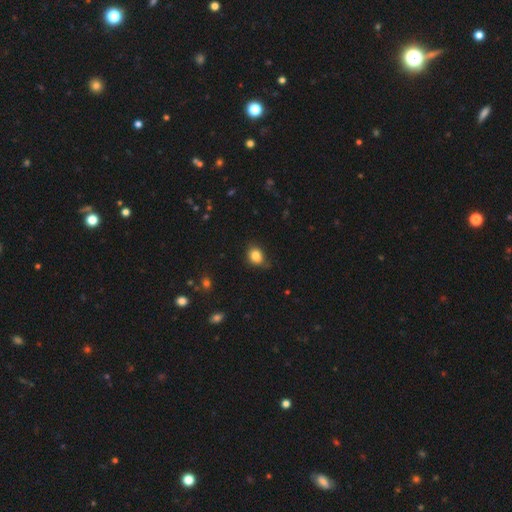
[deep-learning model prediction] A smooth galaxy with no disk features (84%) that is round (53%).

Vote fractions:
- Smooth or featured? smooth: 84% / star or artifact: 10% / featured or disk: 6%
- How rounded? round: 53% / in between: 46% / cigar-shaped: 1%
- Merging? none: 74% / minor disturbance: 20% / major disturbance: 4% / merger: 1%